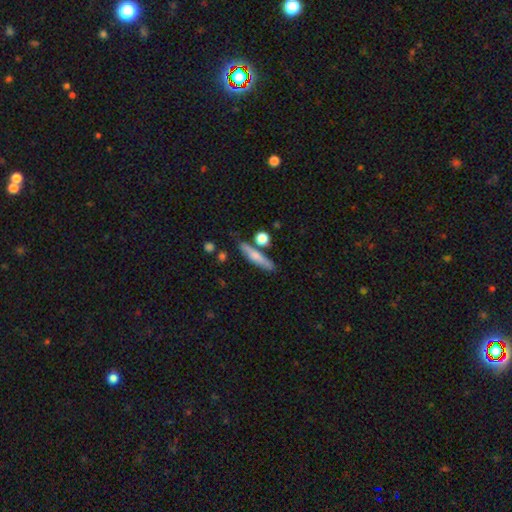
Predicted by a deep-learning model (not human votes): Smooth or featured? Predicted: smooth (p=0.66). How rounded? Predicted: cigar-shaped (p=0.78). Merging? Predicted: none (p=0.75).